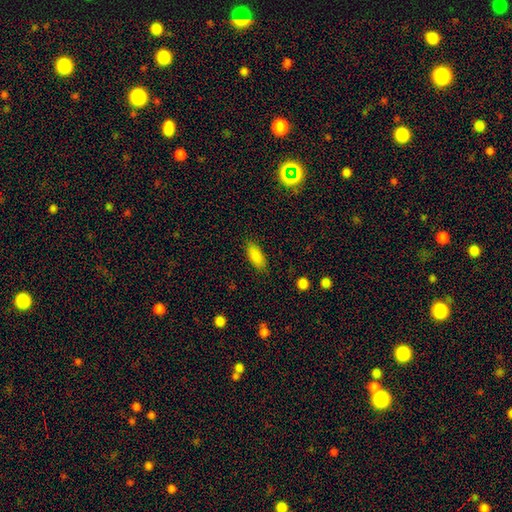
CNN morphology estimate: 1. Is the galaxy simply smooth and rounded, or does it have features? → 87% smooth, 8% star or artifact, 5% featured or disk.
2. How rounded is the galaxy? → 79% in between, 19% cigar-shaped, 2% round.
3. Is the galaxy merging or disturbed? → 85% none, 11% minor disturbance, 3% major disturbance, 1% merger.